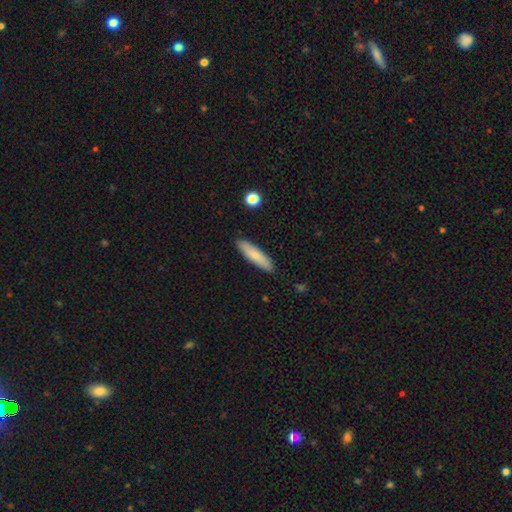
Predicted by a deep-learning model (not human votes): smooth 80%, featured or disk 14%, star or artifact 6%. Down the decision tree: how rounded — cigar-shaped (69%); merging — none (89%).